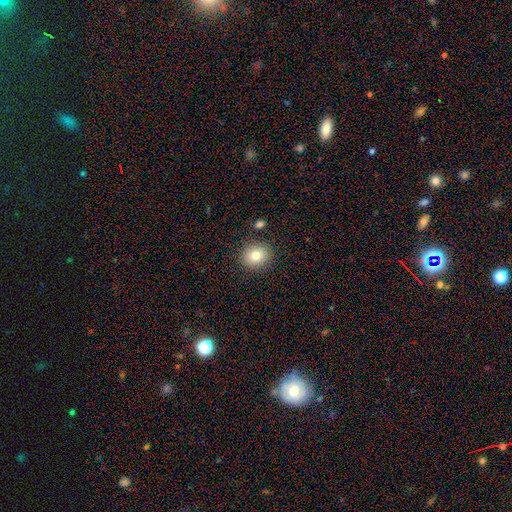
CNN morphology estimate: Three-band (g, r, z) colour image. It shows a smooth galaxy with no disk features (81%) that is round (75%). Merging: none (86%).